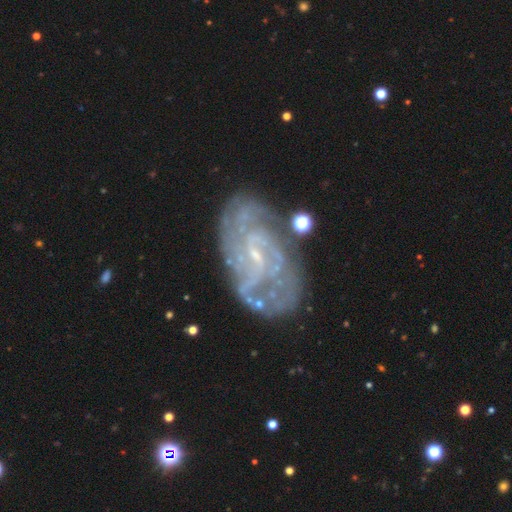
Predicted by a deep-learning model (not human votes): A featured or disk galaxy (87%) with a weak bar (47%), tight (54%) spiral arms (93%) and a small central bulge (79%).

Vote fractions:
- Smooth or featured? featured or disk: 87% / star or artifact: 7% / smooth: 6%
- Edge-on disk? no: 97% / yes: 3%
- Bar? weak: 47% / no: 38% / strong: 15%
- Spiral arms? yes: 93% / no: 7%
- Spiral winding? tight: 54% / medium: 35% / loose: 10%
- Spiral arm count? can't tell: 32% / 2: 20% / 3: 17% / 4: 15% / more than 4: 8% / 1: 7%
- Bulge size? small: 79% / moderate: 10% / none: 9% / large: 1% / dominant: 1%
- Merging? none: 70% / minor disturbance: 18% / major disturbance: 9% / merger: 4%